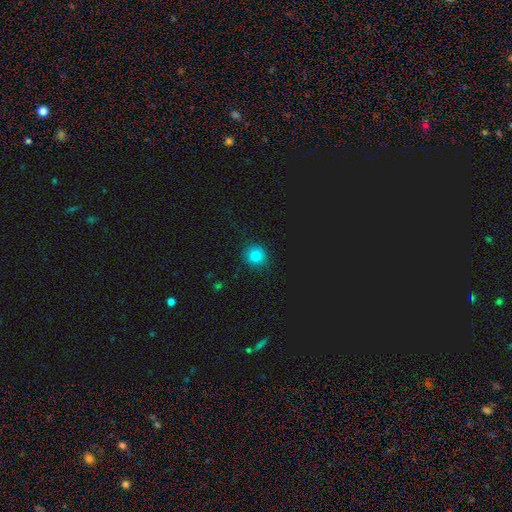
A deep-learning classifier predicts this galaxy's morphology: type=smooth (80%); roundness=round (90%); merging=none (89%).